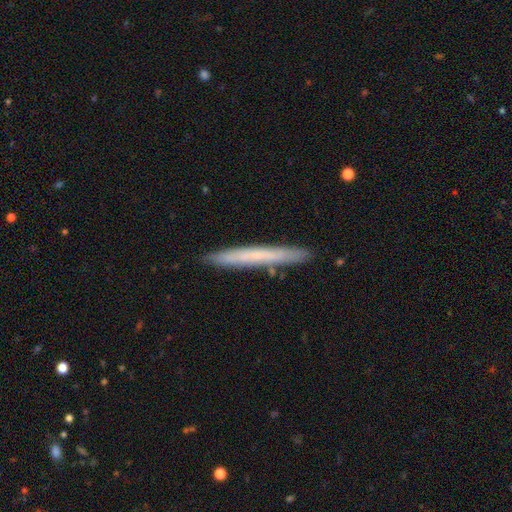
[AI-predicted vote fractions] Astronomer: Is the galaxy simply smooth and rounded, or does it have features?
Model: smooth — 56% (runner-up: featured or disk, 38%).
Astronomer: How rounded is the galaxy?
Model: cigar-shaped — 97%.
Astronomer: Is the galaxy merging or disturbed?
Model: none — 88%.